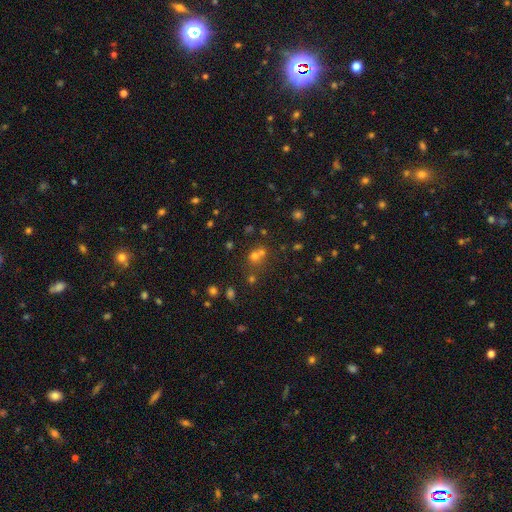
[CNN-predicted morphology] Smooth or featured? Predicted: smooth (p=0.52). How rounded? Predicted: round (p=0.83). Merging? Predicted: none (p=0.52).